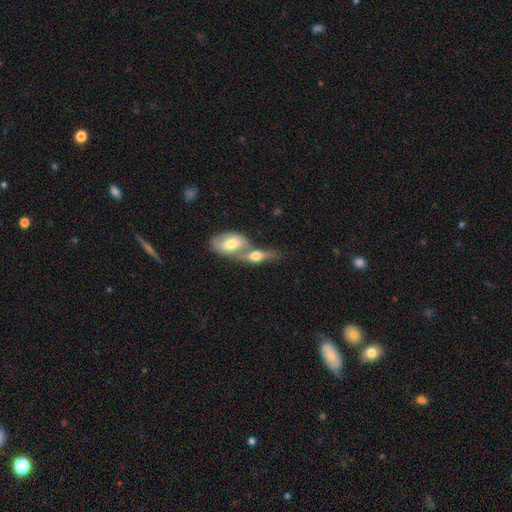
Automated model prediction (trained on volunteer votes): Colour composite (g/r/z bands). It shows a smooth galaxy with no disk features (56%) that is in between round and cigar-shaped (73%). Merging: merger (68%).